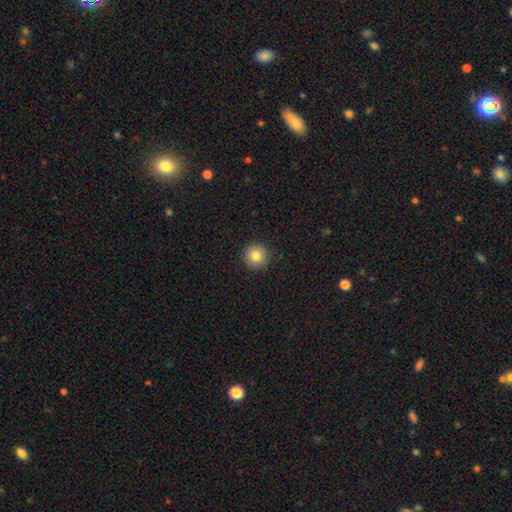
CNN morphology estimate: Overall: smooth (82%). How rounded: round (96%). Merging: none (93%).